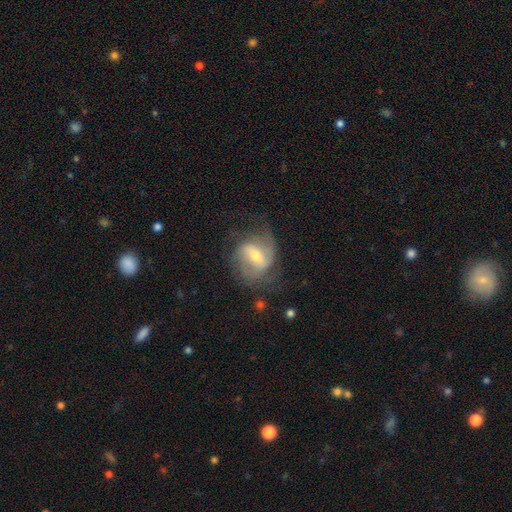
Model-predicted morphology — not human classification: A featured or disk galaxy (78%) with a weak bar (43%, tied with strong), 2 (73%) medium (45%) spiral arms (88%) and a moderate central bulge (54%).

Vote fractions:
- Smooth or featured? featured or disk: 78% / smooth: 15% / star or artifact: 6%
- Edge-on disk? no: 96% / yes: 4%
- Bar? weak: 43% (tied) / strong: 43% (tied) / no: 14%
- Spiral arms? yes: 88% / no: 12%
- Spiral winding? medium: 45% / loose: 37% / tight: 19%
- Spiral arm count? 2: 73% / can't tell: 12% / 3: 6% / 1: 5% / 4: 2% / more than 4: 2%
- Bulge size? moderate: 54% / small: 40% / large: 4% / none: 2% / dominant: 1%
- Merging? none: 57% / minor disturbance: 23% / major disturbance: 18% / merger: 2%